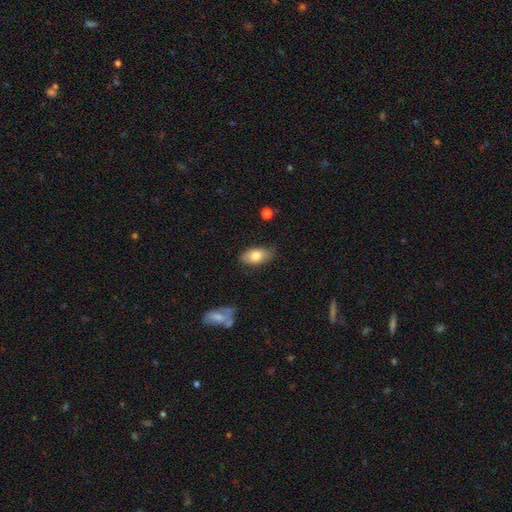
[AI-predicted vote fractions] Smooth or featured? Predicted: smooth (p=0.78). How rounded? Predicted: in between (p=0.92). Merging? Predicted: none (p=0.76).